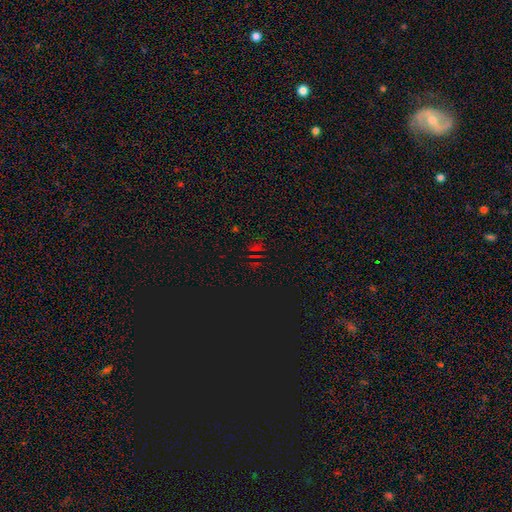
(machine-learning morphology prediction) This is likely a star or artifact rather than a galaxy (75%).